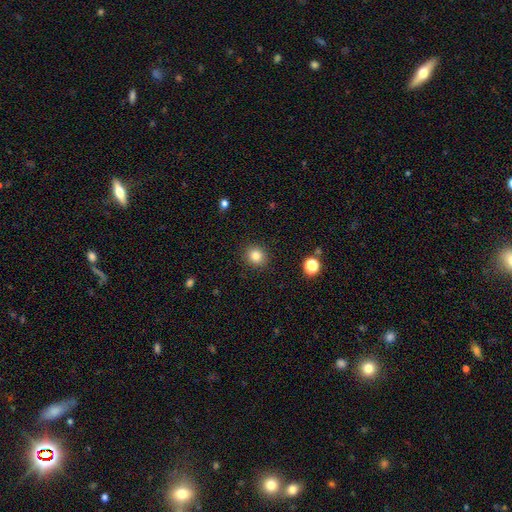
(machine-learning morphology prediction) A smooth galaxy with no disk features (82%) that is round (85%).

Vote fractions:
- Smooth or featured? smooth: 82% / star or artifact: 12% / featured or disk: 6%
- How rounded? round: 85% / in between: 14% / cigar-shaped: 1%
- Merging? none: 90% / minor disturbance: 6% / major disturbance: 2% / merger: 1%